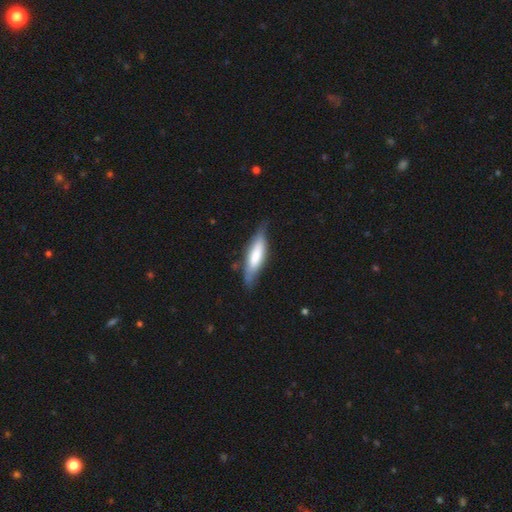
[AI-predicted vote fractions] Smooth or featured: smooth — 62% (featured or disk — 32%)
How rounded: cigar-shaped — 62% (in between — 36%)
Merging: none — 66% (minor disturbance — 26%)